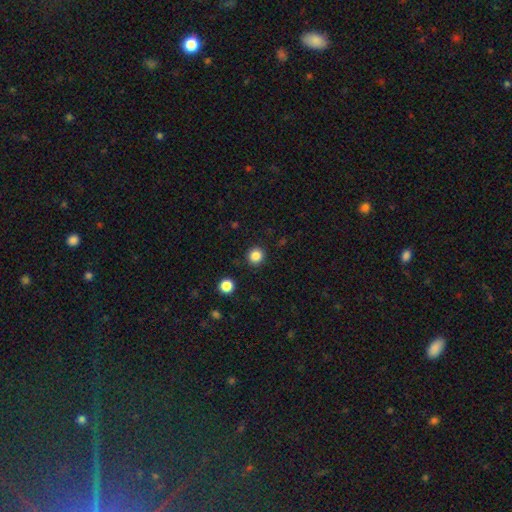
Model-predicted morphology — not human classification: Overall: smooth (84%). How rounded: round (93%). Merging: none (91%).